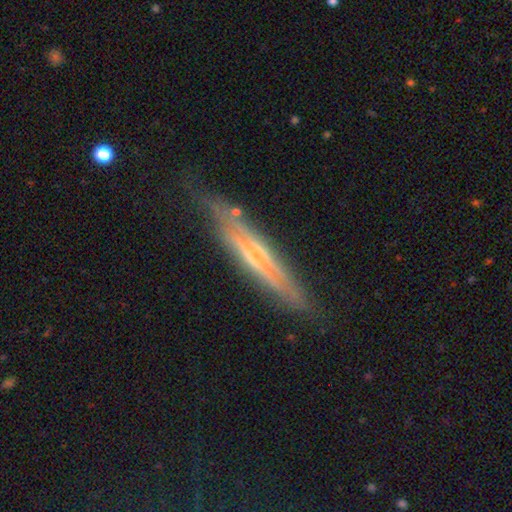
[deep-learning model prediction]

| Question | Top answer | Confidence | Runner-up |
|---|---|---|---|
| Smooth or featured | featured or disk | 76% | smooth (17%) |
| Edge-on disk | yes | 93% | no (7%) |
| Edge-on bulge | rounded | 62% | none (26%) |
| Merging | none | 78% | minor disturbance (16%) |